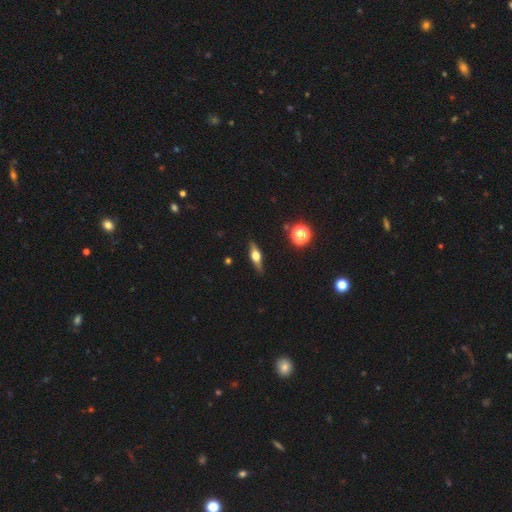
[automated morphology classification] This appears to be a featured or disk galaxy (60%) viewed edge-on (94%) with a rounded central bulge (93%). Merging: none (87%).